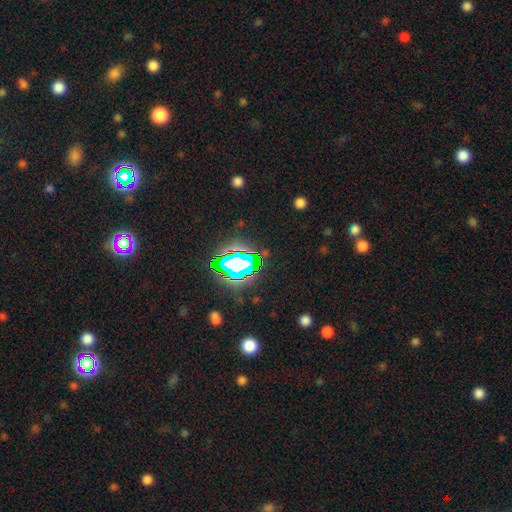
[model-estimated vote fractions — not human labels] Q: Smooth or featured?
A: star or artifact (80%); runner-up: smooth (12%)